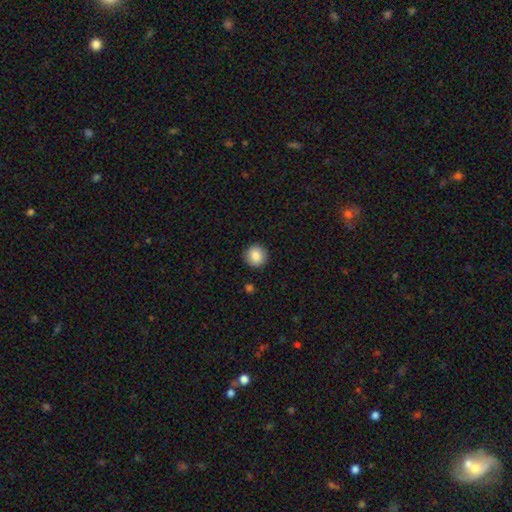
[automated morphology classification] type=smooth (86%); roundness=round (94%); merging=none (91%).